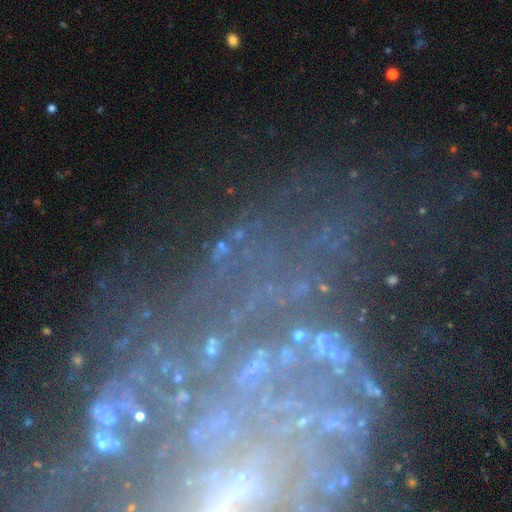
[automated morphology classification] Smooth or featured?
  - featured or disk: 60% *
  - star or artifact: 27%
  - smooth: 13%
Edge-on disk?
  - no: 94% *
  - yes: 6%
Bar?
  - no: 75% *
  - weak: 15%
  - strong: 9%
Spiral arms?
  - yes: 59% *
  - no: 41%
Bulge size?
  - small: 41% * (tied)
  - none: 41% * (tied)
  - moderate: 12%
  - large: 3%
  - dominant: 2%
Merging?
  - none: 58% *
  - major disturbance: 18%
  - minor disturbance: 18%
  - merger: 6%